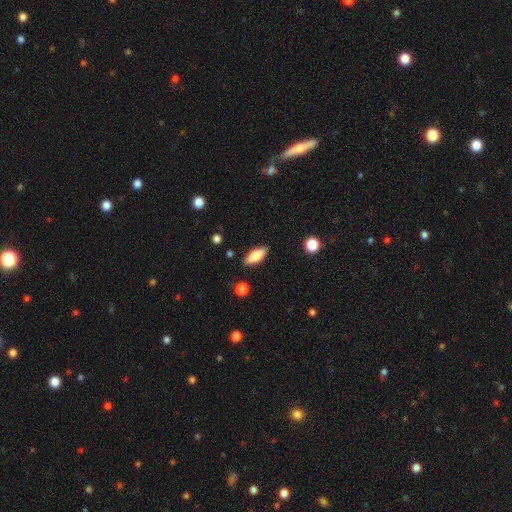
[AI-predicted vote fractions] A smooth galaxy with no disk features (70%) that is in between round and cigar-shaped (64%).

Vote fractions:
- Smooth or featured? smooth: 70% / featured or disk: 24% / star or artifact: 7%
- How rounded? in between: 64% / cigar-shaped: 33% / round: 3%
- Merging? none: 87% / minor disturbance: 10% / major disturbance: 2% / merger: 2%